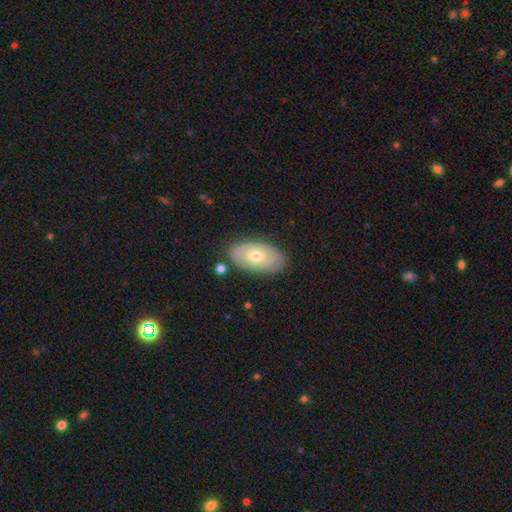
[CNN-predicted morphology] Smooth or featured?
  - smooth: 50% *
  - featured or disk: 44%
  - star or artifact: 6%
How rounded?
  - in between: 92% *
  - round: 6%
  - cigar-shaped: 2%
Merging?
  - none: 80% *
  - minor disturbance: 14%
  - major disturbance: 3%
  - merger: 3%